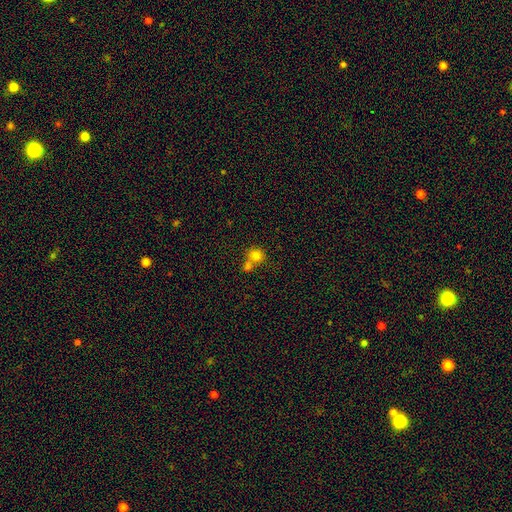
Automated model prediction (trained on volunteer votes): Smooth or featured? Predicted: smooth (p=0.79). How rounded? Predicted: round (p=0.79). Merging? Predicted: merger (p=0.53).